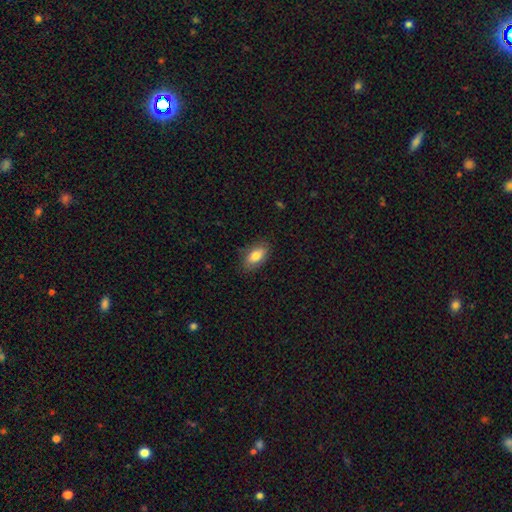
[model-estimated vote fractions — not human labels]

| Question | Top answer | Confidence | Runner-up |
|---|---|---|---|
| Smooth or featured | smooth | 81% | featured or disk (12%) |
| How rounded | in between | 90% | cigar-shaped (5%) |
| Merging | none | 83% | minor disturbance (13%) |